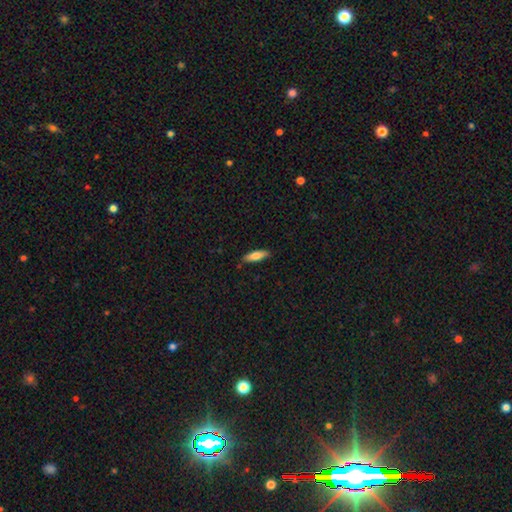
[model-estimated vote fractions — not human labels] smooth_or_featured: smooth (p=0.79) [alt: featured or disk p=0.15]
how_rounded: in between (p=0.50) [alt: cigar-shaped p=0.48]
merging: none (p=0.85) [alt: minor disturbance p=0.12]